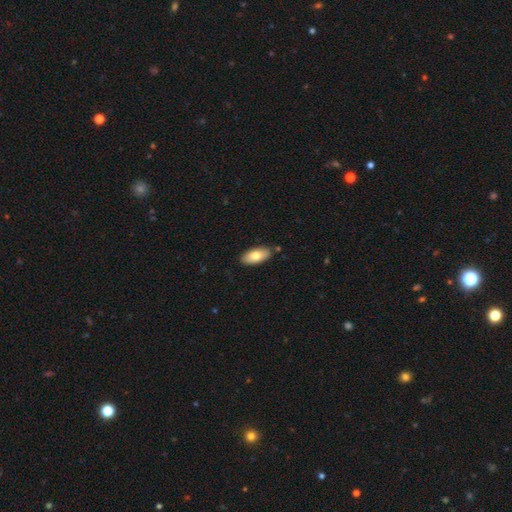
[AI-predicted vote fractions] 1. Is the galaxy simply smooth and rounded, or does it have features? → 75% smooth, 19% featured or disk, 6% star or artifact.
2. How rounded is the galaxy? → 90% in between, 8% cigar-shaped, 2% round.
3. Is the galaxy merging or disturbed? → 86% none, 10% minor disturbance, 2% merger, 2% major disturbance.